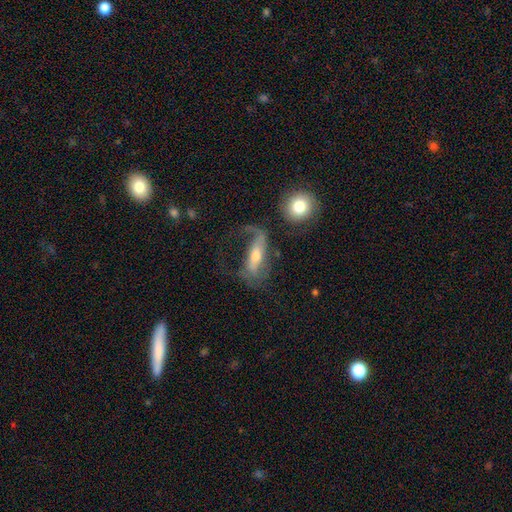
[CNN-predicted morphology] Smooth or featured? featured or disk (63%)
Edge-on disk? no (75%)
Merging? major disturbance (43%)